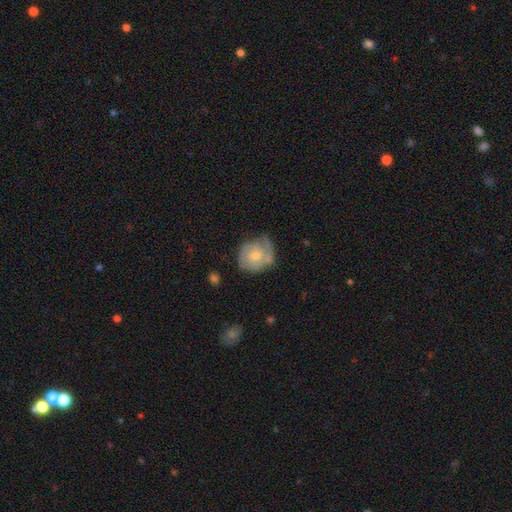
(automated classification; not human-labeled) Overall: featured or disk (57%; smooth 37%). Edge-on disk: no (97%). Bar: no (74%). Spiral arms: yes (74%). Bulge size: moderate (57%; small 35%). Merging: none (54%; minor disturbance 31%).